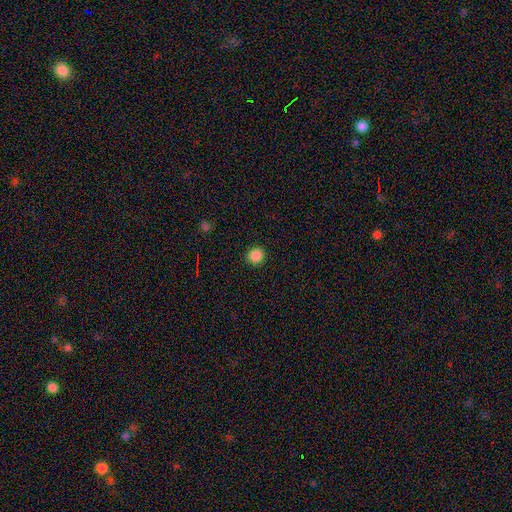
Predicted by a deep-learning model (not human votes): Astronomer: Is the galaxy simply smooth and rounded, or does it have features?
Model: smooth — 86%.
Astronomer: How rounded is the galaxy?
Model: round — 92%.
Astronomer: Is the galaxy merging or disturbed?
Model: none — 91%.